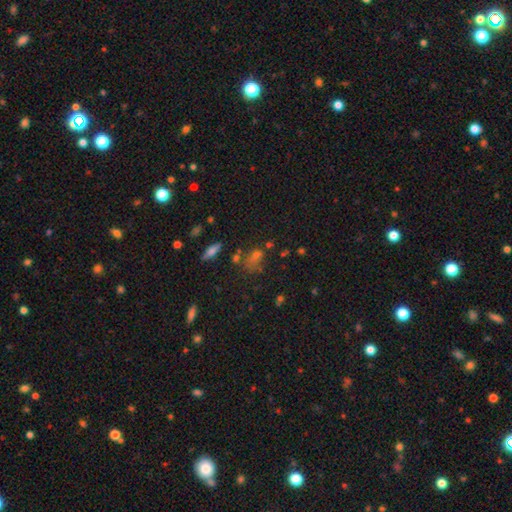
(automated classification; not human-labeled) smooth 46%, star or artifact 37%, featured or disk 17%. Down the decision tree: merging — none (54%).